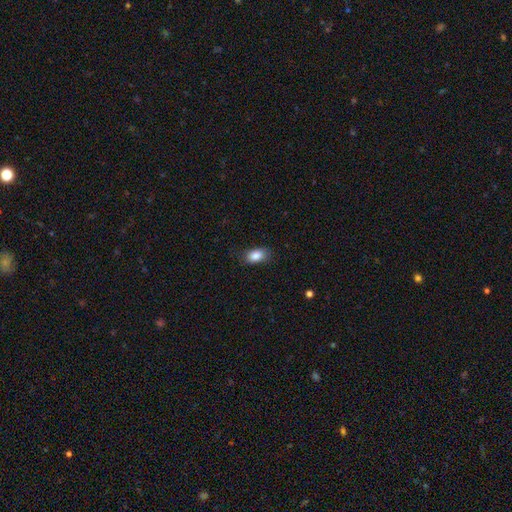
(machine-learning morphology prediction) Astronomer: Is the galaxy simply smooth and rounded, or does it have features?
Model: smooth — 87%.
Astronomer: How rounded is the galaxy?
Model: in between — 88%.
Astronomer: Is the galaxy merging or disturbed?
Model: none — 79%.